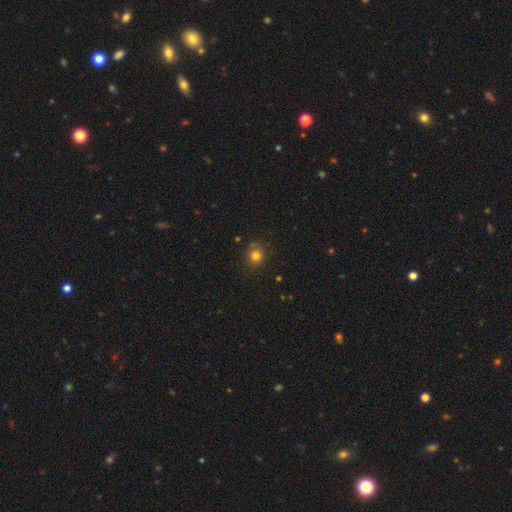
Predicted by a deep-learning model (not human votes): Smooth or featured?
  - smooth: 80% *
  - star or artifact: 13%
  - featured or disk: 6%
How rounded?
  - round: 79% *
  - in between: 20%
  - cigar-shaped: 1%
Merging?
  - none: 79% *
  - minor disturbance: 15%
  - major disturbance: 4%
  - merger: 2%